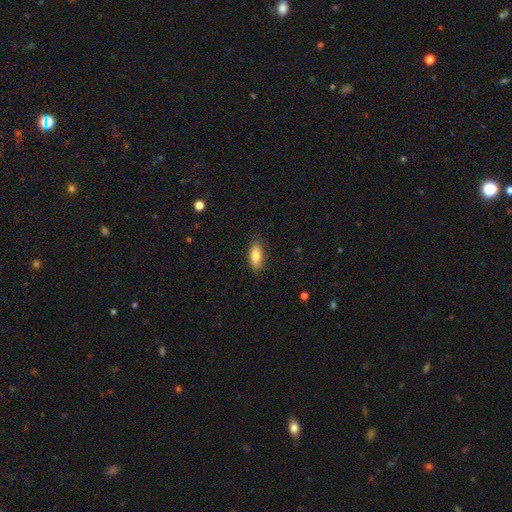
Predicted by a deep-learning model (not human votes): smooth 82%, featured or disk 11%, star or artifact 7%. Down the decision tree: how rounded — in between (78%); merging — none (85%).